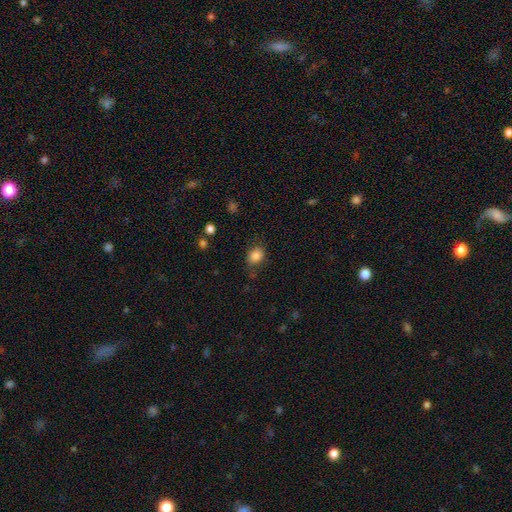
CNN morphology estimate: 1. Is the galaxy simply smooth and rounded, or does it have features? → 85% smooth, 10% star or artifact, 6% featured or disk.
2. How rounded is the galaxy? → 53% in between, 46% round, 1% cigar-shaped.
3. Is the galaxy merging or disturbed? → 74% none, 18% minor disturbance, 5% major disturbance, 2% merger.